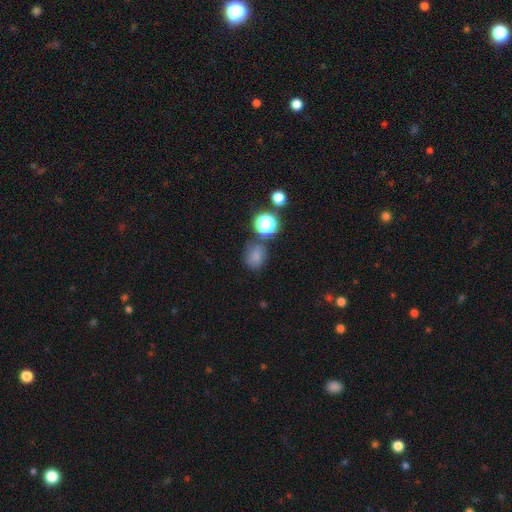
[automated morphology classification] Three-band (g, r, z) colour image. It shows a smooth galaxy with no disk features (73%) that is round (67%). Merging: none (69%).